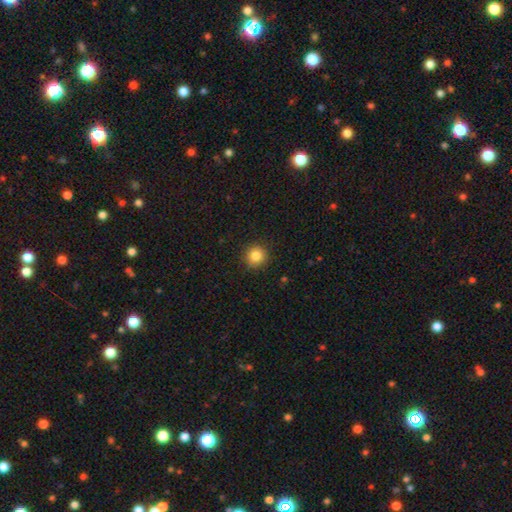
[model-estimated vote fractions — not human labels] A smooth galaxy with no disk features (84%) that is round (94%).

Vote fractions:
- Smooth or featured? smooth: 84% / star or artifact: 11% / featured or disk: 5%
- How rounded? round: 94% / in between: 5% / cigar-shaped: 1%
- Merging? none: 90% / minor disturbance: 7% / major disturbance: 2% / merger: 1%